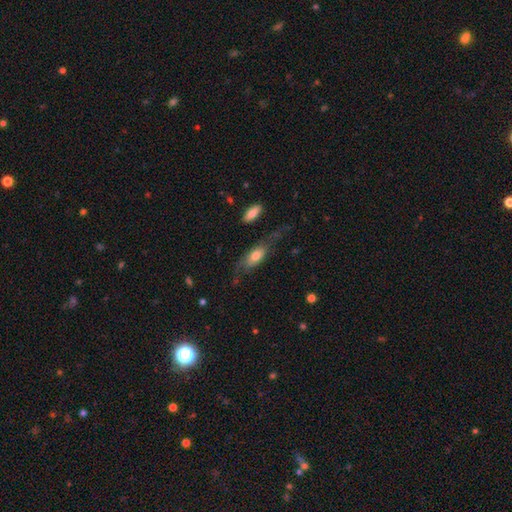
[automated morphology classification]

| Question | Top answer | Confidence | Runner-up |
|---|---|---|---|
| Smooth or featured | smooth | 58% | featured or disk (34%) |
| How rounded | in between | 74% | cigar-shaped (22%) |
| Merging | none | 49% | minor disturbance (25%) |